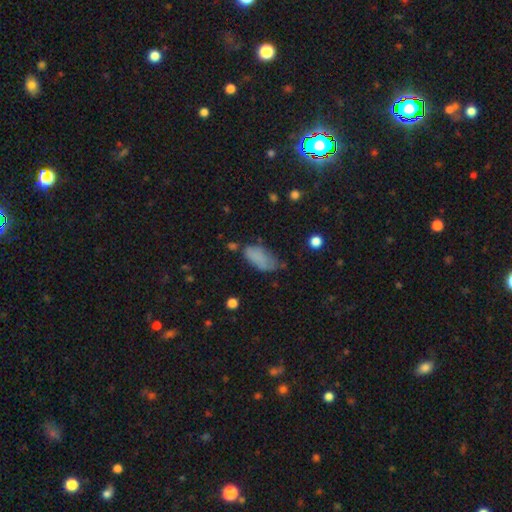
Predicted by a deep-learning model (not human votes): Smooth or featured? Predicted: smooth (p=0.77). How rounded? Predicted: in between (p=0.91). Merging? Predicted: none (p=0.42).